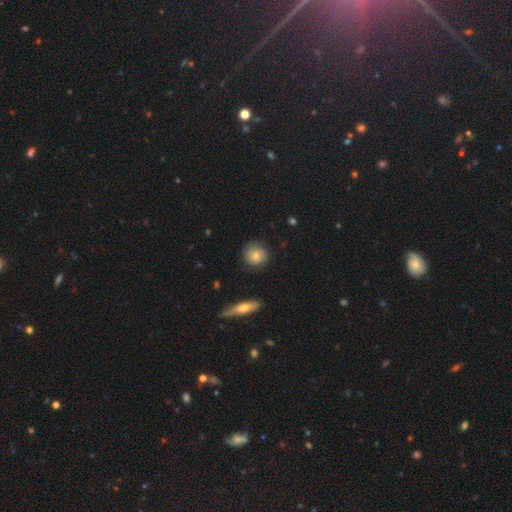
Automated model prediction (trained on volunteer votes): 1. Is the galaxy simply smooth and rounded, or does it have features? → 70% smooth, 22% featured or disk, 8% star or artifact.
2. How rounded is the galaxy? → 89% round, 9% in between, 2% cigar-shaped.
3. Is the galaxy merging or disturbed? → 82% none, 13% minor disturbance, 3% major disturbance, 2% merger.